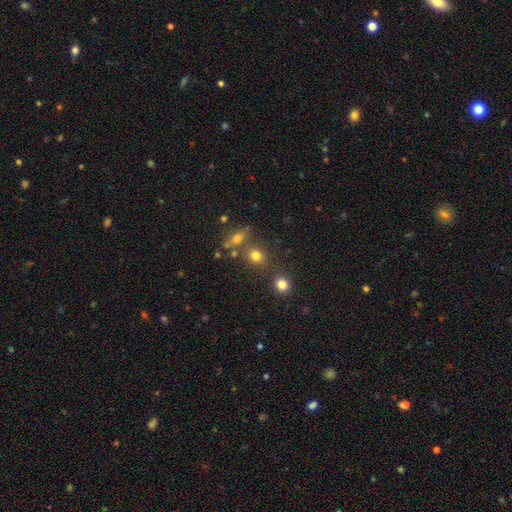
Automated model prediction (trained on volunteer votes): Overall: smooth (75%). How rounded: round (69%). Merging: none (65%).